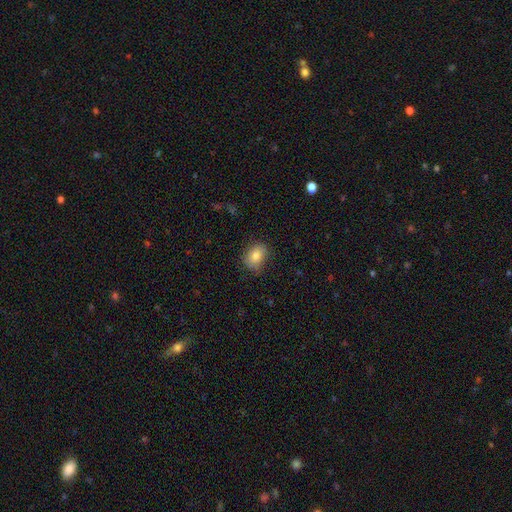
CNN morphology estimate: smooth 82%, featured or disk 9%, star or artifact 9%. Down the decision tree: how rounded — in between (61%); merging — none (76%).